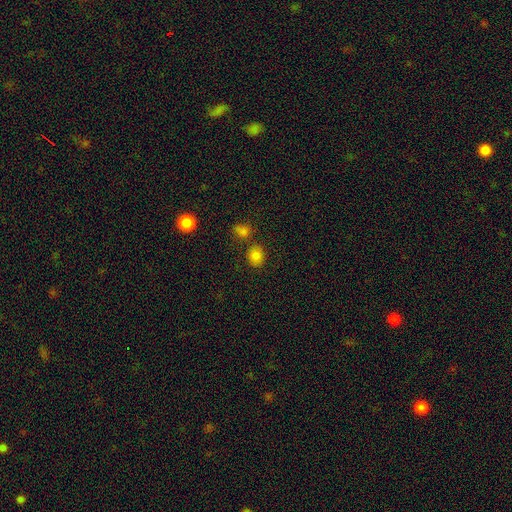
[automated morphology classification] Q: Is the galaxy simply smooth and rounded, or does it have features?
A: smooth — 82%.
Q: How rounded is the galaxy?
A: round — 67%.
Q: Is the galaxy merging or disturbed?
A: none — 74%.